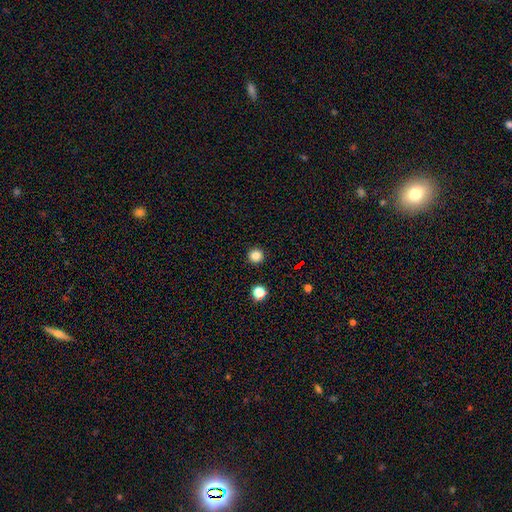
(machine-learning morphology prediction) Smooth or featured? Predicted: smooth (p=0.83). How rounded? Predicted: round (p=0.96). Merging? Predicted: none (p=0.93).